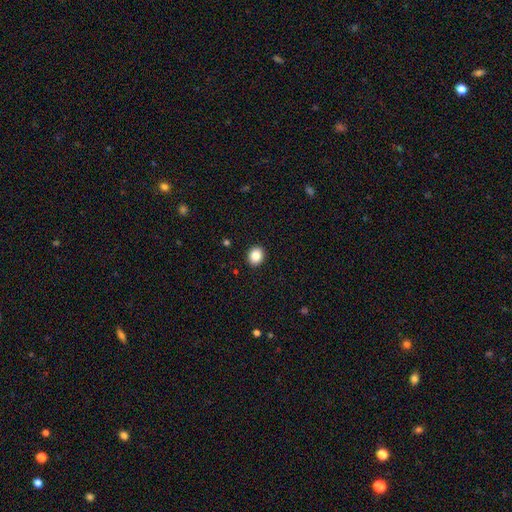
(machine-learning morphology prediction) smooth_or_featured: smooth (p=0.86) [alt: star or artifact p=0.09]
how_rounded: round (p=0.65) [alt: in between p=0.34]
merging: none (p=0.92) [alt: minor disturbance p=0.06]